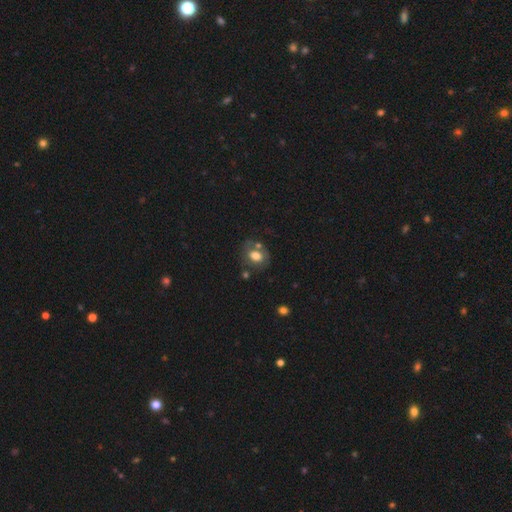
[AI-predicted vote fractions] smooth 64%, featured or disk 27%, star or artifact 9%. Down the decision tree: how rounded — in between (54%); merging — none (56%).